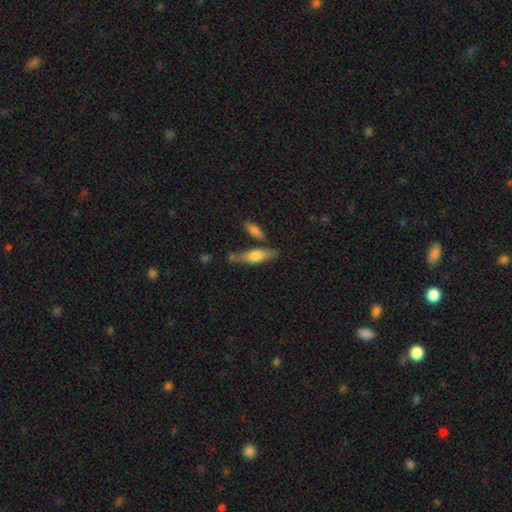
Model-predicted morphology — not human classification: smooth 63%, featured or disk 31%, star or artifact 6%. Down the decision tree: how rounded — cigar-shaped (53%); merging — none (63%).